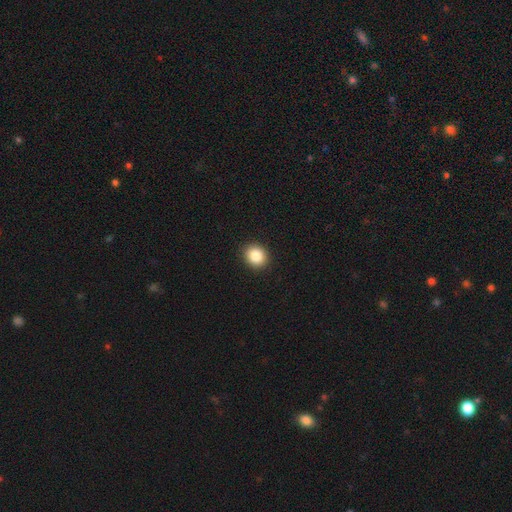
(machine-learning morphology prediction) Smooth or featured? smooth (87%)
How rounded? round (68%)
Merging? none (91%)